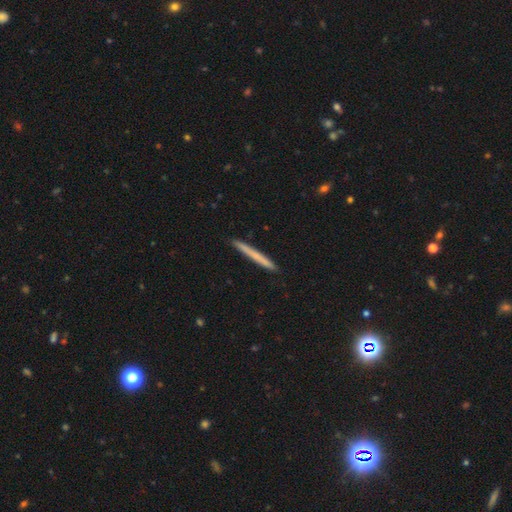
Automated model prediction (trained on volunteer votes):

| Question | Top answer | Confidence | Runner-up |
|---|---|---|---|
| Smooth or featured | smooth | 63% | featured or disk (31%) |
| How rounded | cigar-shaped | 97% | in between (1%) |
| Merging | none | 92% | minor disturbance (6%) |